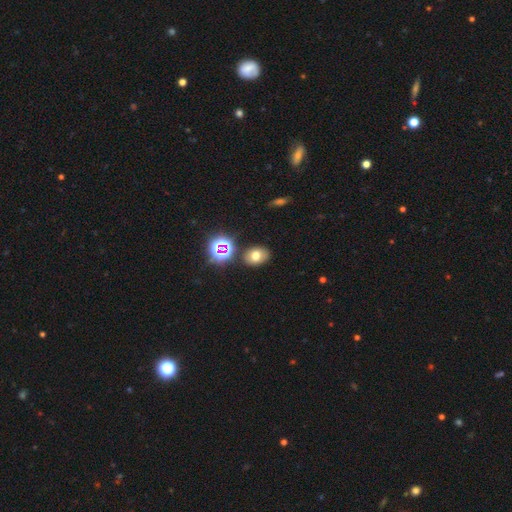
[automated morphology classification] Q: Smooth or featured?
A: smooth (68%); runner-up: star or artifact (19%)
Q: How rounded?
A: in between (65%); runner-up: round (34%)
Q: Merging?
A: none (82%); runner-up: minor disturbance (10%)